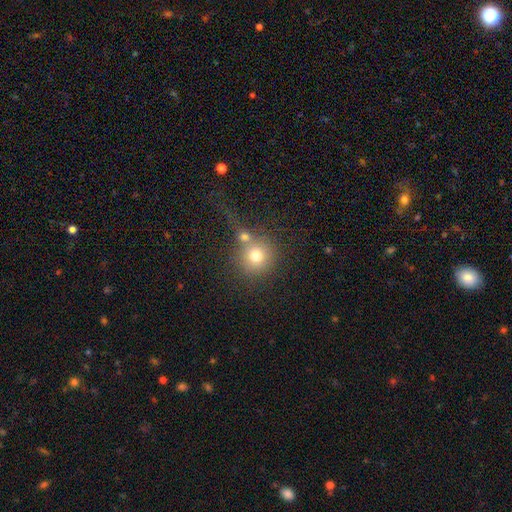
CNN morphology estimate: type=smooth (72%); roundness=round (91%); merging=none (49%).